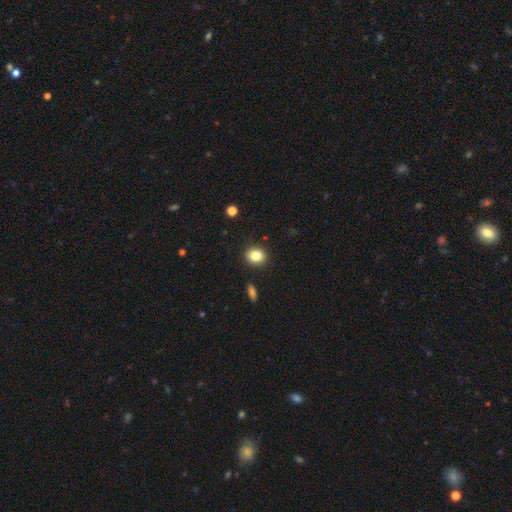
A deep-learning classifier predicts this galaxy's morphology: This appears to be a smooth galaxy with no disk features (83%) that is round (62%). Merging: none (89%).